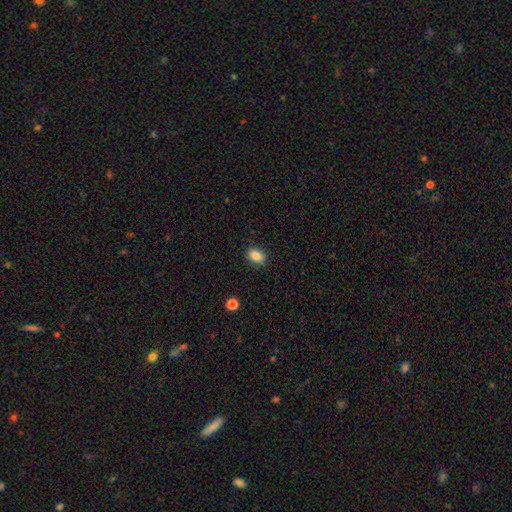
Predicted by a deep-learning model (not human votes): Q: Smooth or featured?
A: smooth (87%); runner-up: star or artifact (9%)
Q: How rounded?
A: in between (73%); runner-up: round (25%)
Q: Merging?
A: none (87%); runner-up: minor disturbance (9%)